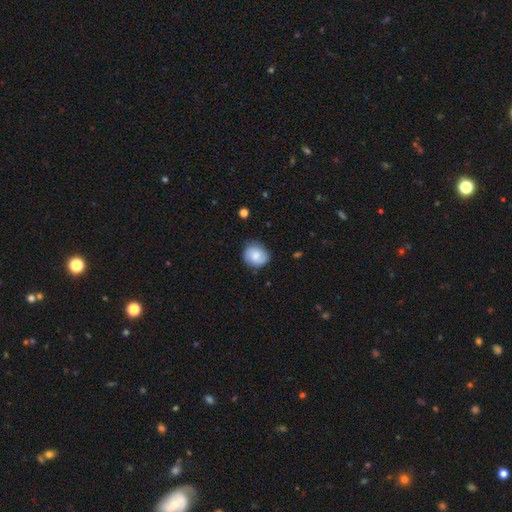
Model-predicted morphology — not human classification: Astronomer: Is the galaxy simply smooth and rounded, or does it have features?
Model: smooth — 77%.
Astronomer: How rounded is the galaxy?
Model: round — 74%.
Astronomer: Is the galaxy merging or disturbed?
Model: none — 76%.